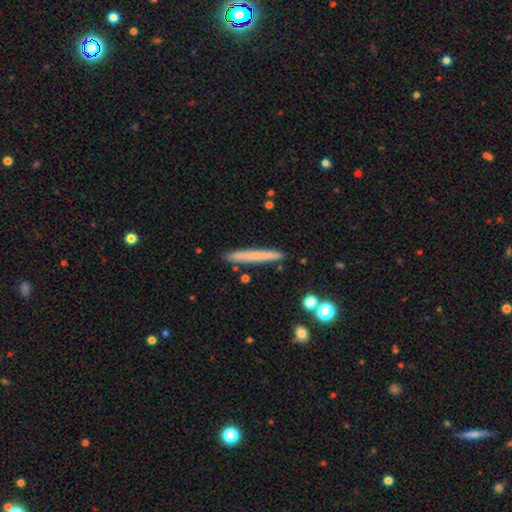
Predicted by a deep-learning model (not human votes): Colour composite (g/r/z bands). It shows a smooth galaxy with no disk features (67%) that is cigar-shaped (97%). Merging: none (90%).